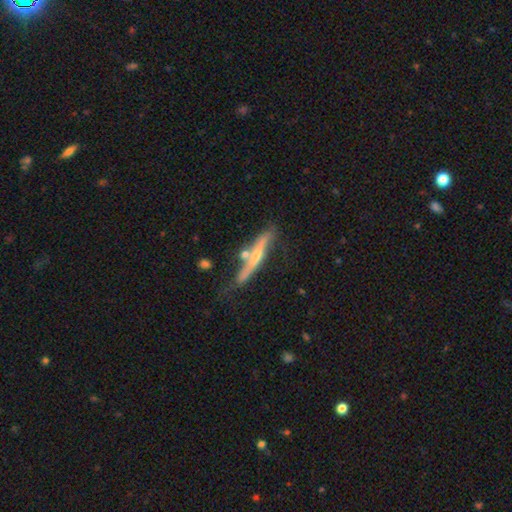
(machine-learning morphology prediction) Smooth or featured: featured or disk — 63% (smooth — 30%)
Edge-on disk: yes — 86% (no — 14%)
Edge-on bulge: rounded — 61% (none — 32%)
Merging: none — 54% (minor disturbance — 24%)